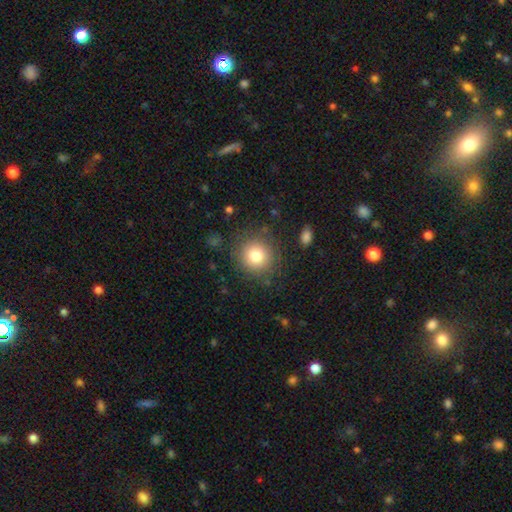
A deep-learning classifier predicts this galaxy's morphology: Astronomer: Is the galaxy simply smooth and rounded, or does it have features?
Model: smooth — 79%.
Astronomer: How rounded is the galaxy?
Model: round — 93%.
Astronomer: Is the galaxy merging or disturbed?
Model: none — 83%.